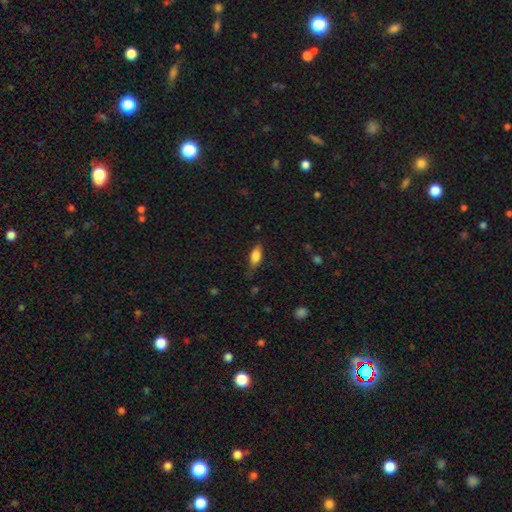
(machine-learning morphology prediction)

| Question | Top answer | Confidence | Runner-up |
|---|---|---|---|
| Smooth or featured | smooth | 78% | featured or disk (14%) |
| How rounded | in between | 78% | cigar-shaped (19%) |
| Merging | none | 68% | minor disturbance (24%) |